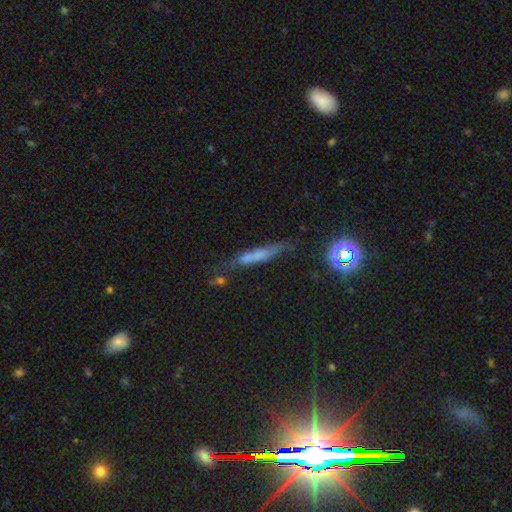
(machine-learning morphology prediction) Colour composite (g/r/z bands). It shows a smooth galaxy with no disk features (50%) that is cigar-shaped (86%). Merging: none (66%).